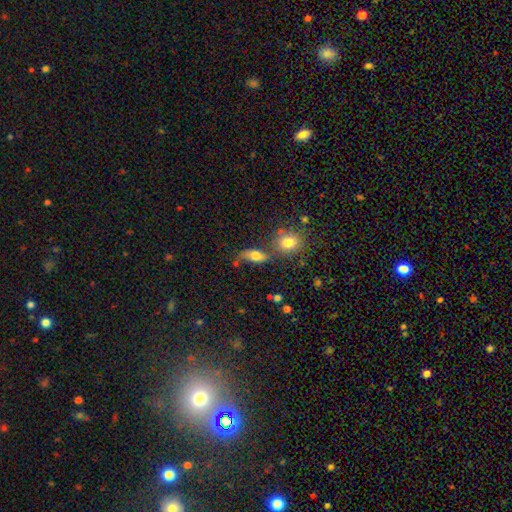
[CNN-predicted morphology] Smooth or featured: smooth — 65% (featured or disk — 23%)
How rounded: in between — 78% (cigar-shaped — 12%)
Merging: none — 49% (merger — 23%)